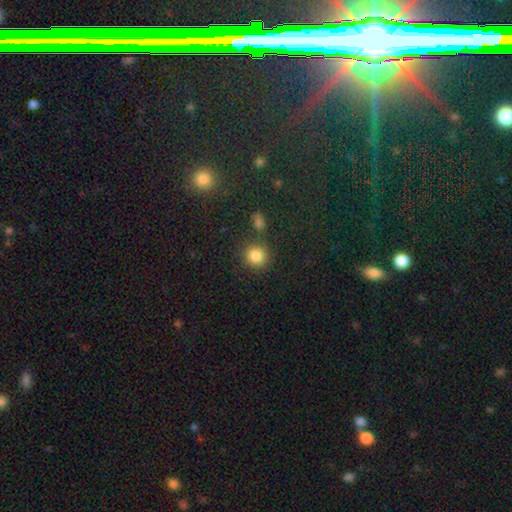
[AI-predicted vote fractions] Overall: smooth (83%). How rounded: round (89%). Merging: none (77%).